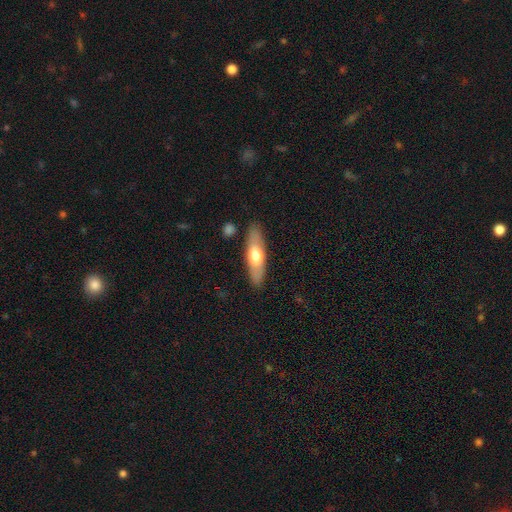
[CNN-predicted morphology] Smooth or featured? smooth (58%)
How rounded? cigar-shaped (54%)
Merging? none (86%)